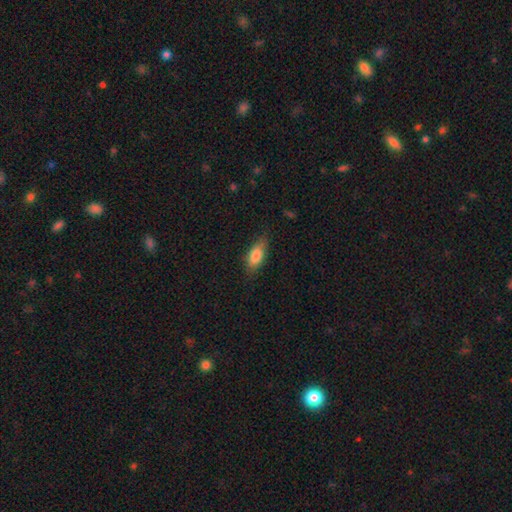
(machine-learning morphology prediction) This appears to be a smooth galaxy with no disk features (80%) that is in between round and cigar-shaped (79%). Merging: none (77%).